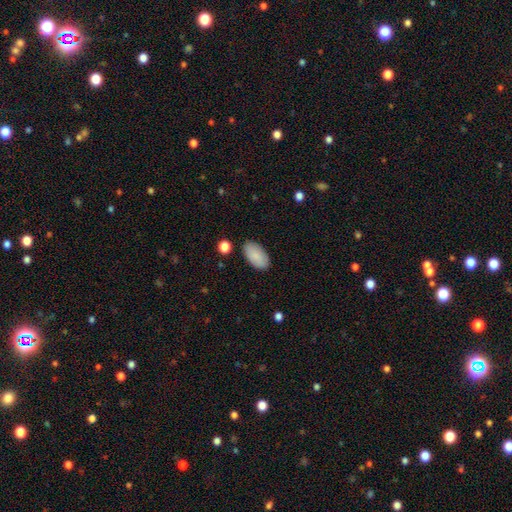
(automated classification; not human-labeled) A smooth galaxy with no disk features (89%) that is in between round and cigar-shaped (95%).

Vote fractions:
- Smooth or featured? smooth: 89% / star or artifact: 6% / featured or disk: 5%
- How rounded? in between: 95% / round: 3% / cigar-shaped: 2%
- Merging? none: 87% / minor disturbance: 9% / major disturbance: 2% / merger: 1%